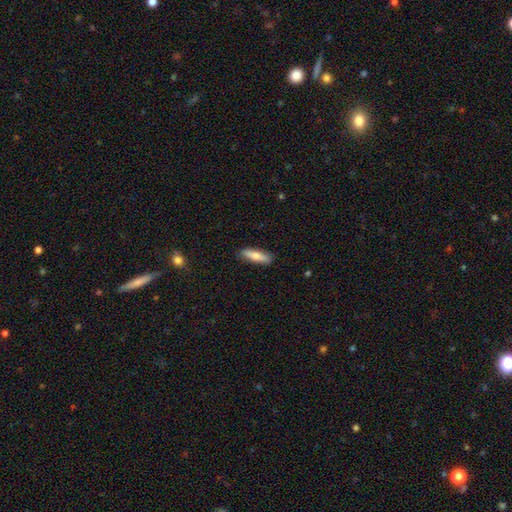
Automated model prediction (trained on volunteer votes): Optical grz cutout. It shows a smooth galaxy with no disk features (71%) that is cigar-shaped (68%). Merging: none (86%).